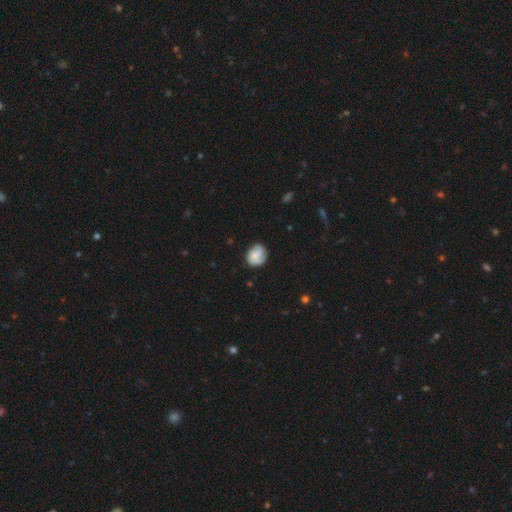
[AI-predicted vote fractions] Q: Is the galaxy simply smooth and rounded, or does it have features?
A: smooth — 56%.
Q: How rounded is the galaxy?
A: round — 66%.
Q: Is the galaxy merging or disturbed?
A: none — 68%.